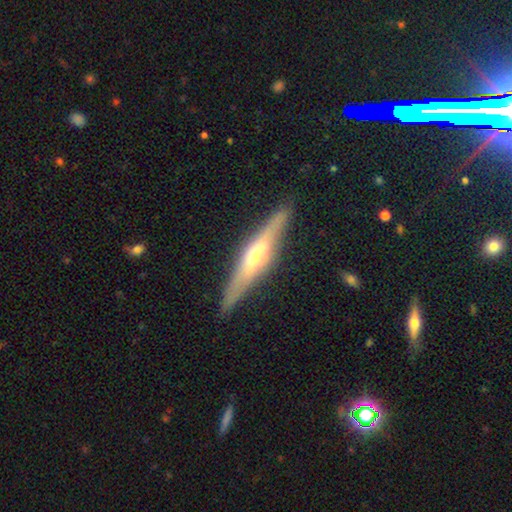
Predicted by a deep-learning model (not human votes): smooth-or-featured: featured or disk: 67% | smooth: 28% | star or artifact: 6%
  disk-edge-on: yes: 93% | no: 7%
    edge-on-bulge: rounded: 73% | boxy: 15% | none: 12%
  merging: none: 87% | minor disturbance: 9% | major disturbance: 2% | merger: 1%